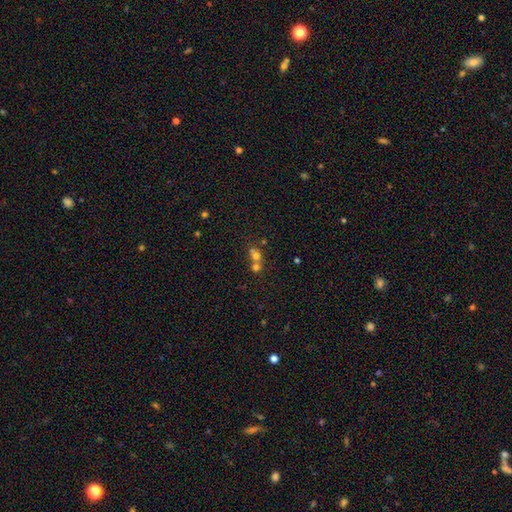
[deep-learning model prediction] smooth 64%, star or artifact 19%, featured or disk 17%. Down the decision tree: how rounded — round (77%); merging — merger (60%).